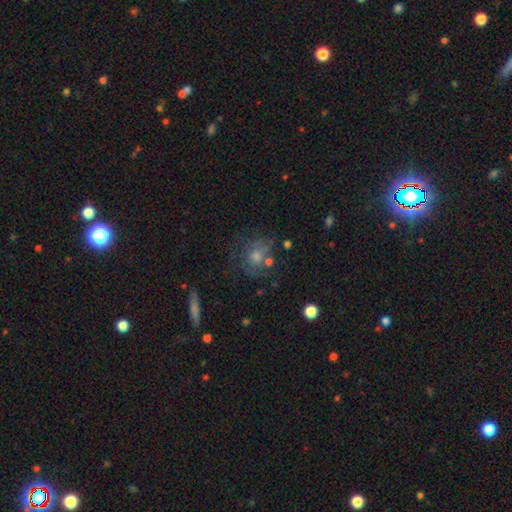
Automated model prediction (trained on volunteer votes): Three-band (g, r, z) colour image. It shows a featured or disk galaxy (43%). Merging: none (60%).